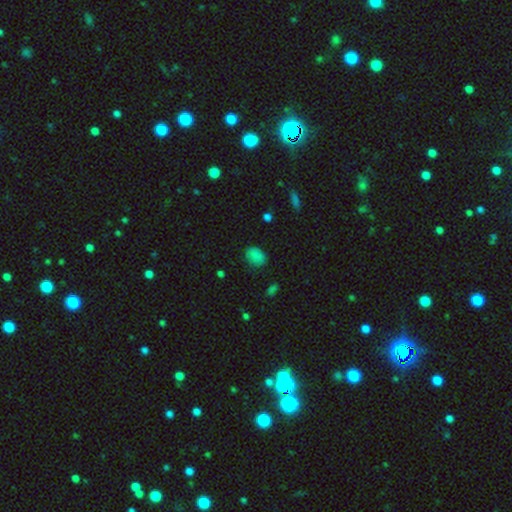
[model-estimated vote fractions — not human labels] A smooth galaxy with no disk features (85%) that is in between round and cigar-shaped (68%). Merging: none (80%).